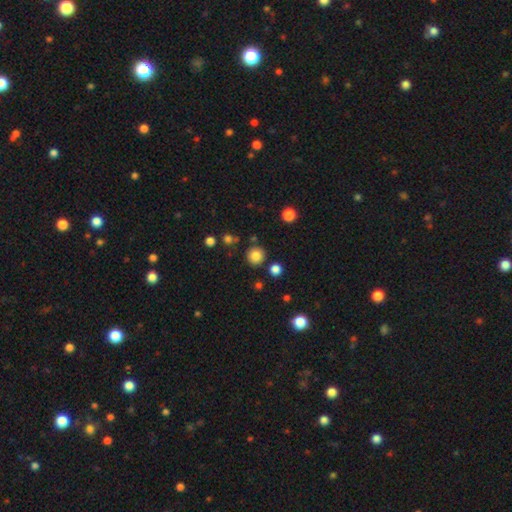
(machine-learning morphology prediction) Q: Smooth or featured?
A: smooth (83%); runner-up: star or artifact (12%)
Q: How rounded?
A: round (93%); runner-up: in between (6%)
Q: Merging?
A: none (86%); runner-up: minor disturbance (7%)